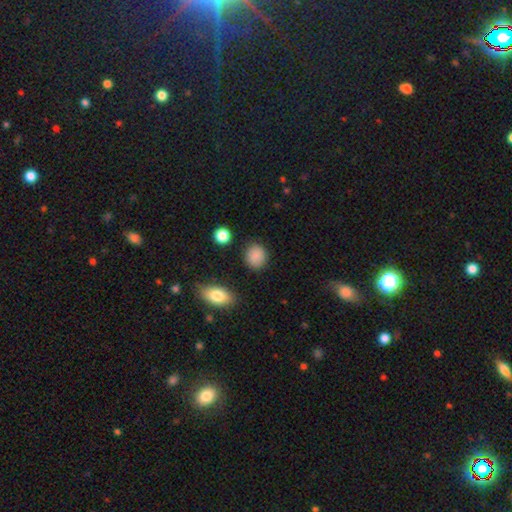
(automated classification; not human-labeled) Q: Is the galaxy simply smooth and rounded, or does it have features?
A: smooth — 87%.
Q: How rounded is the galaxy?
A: round — 77%.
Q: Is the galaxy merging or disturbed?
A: none — 87%.